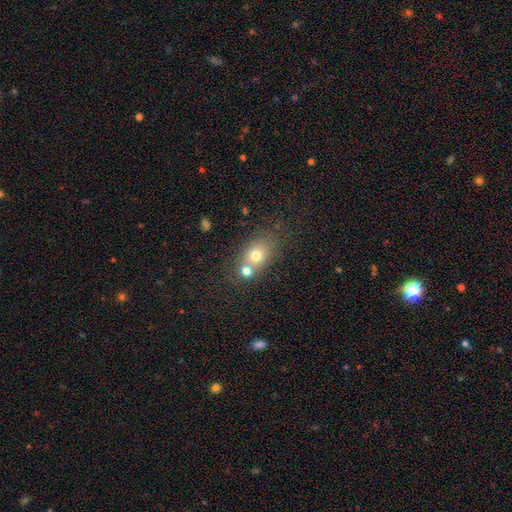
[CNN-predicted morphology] Overall: smooth (70%). How rounded: in between (56%; round 42%). Merging: merger (46%; none 41%).